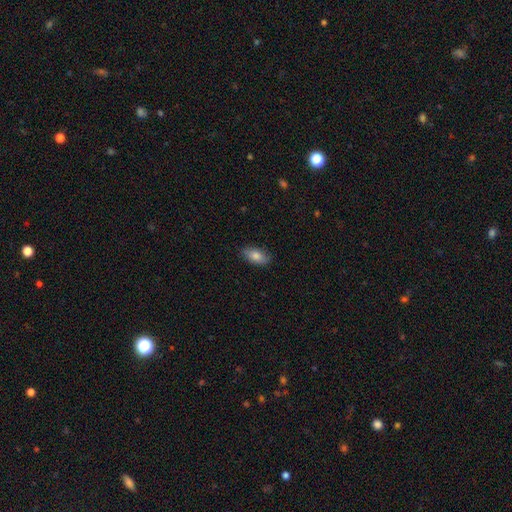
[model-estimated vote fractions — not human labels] A smooth galaxy with no disk features (81%) that is in between round and cigar-shaped (90%).

Vote fractions:
- Smooth or featured? smooth: 81% / featured or disk: 12% / star or artifact: 7%
- How rounded? in between: 90% / cigar-shaped: 6% / round: 4%
- Merging? none: 84% / minor disturbance: 13% / major disturbance: 2% / merger: 1%